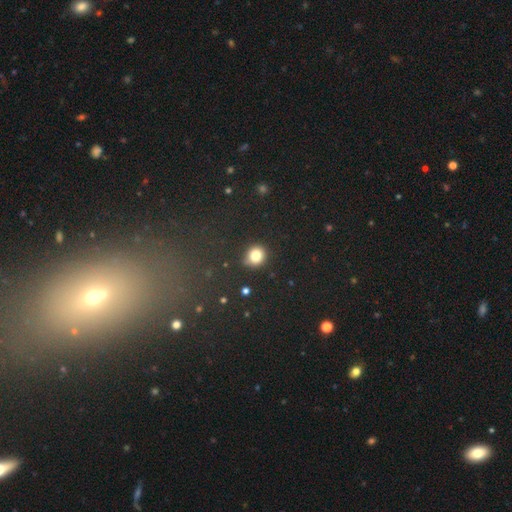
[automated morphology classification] Overall: smooth (83%). How rounded: round (80%). Merging: none (82%).